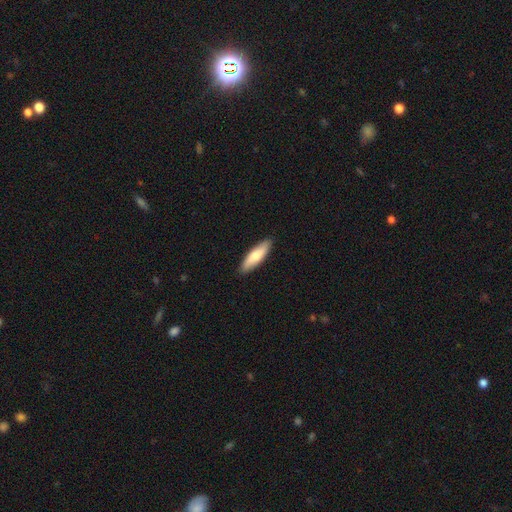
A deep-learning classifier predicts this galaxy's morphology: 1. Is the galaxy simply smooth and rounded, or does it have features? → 71% smooth, 24% featured or disk, 5% star or artifact.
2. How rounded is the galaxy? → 57% cigar-shaped, 41% in between, 2% round.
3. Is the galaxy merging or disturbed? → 90% none, 8% minor disturbance, 1% major disturbance, 1% merger.